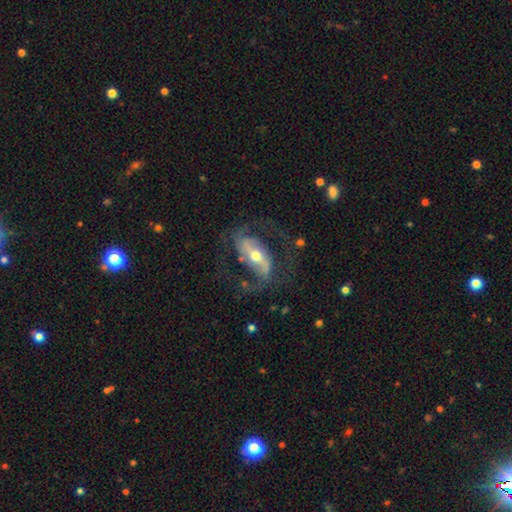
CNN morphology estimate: A featured or disk galaxy (86%) with a strong bar (51%), 2 (88%) medium (48%) spiral arms (93%) and a moderate central bulge (64%).

Vote fractions:
- Smooth or featured? featured or disk: 86% / smooth: 8% / star or artifact: 6%
- Edge-on disk? no: 95% / yes: 5%
- Bar? strong: 51% / weak: 32% / no: 16%
- Spiral arms? yes: 93% / no: 7%
- Spiral winding? medium: 48% / loose: 38% / tight: 14%
- Spiral arm count? 2: 88% / can't tell: 4% / 3: 3% / 1: 3% / 4: 1% / more than 4: 1%
- Bulge size? moderate: 64% / small: 28% / large: 6% / dominant: 1% / none: 1%
- Merging? none: 67% / major disturbance: 16% / minor disturbance: 15% / merger: 2%